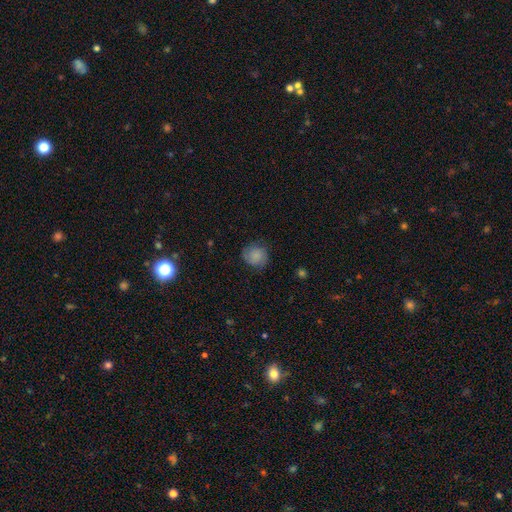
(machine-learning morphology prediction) Q: Smooth or featured?
A: smooth (77%); runner-up: featured or disk (15%)
Q: How rounded?
A: round (86%); runner-up: in between (13%)
Q: Merging?
A: none (75%); runner-up: minor disturbance (19%)